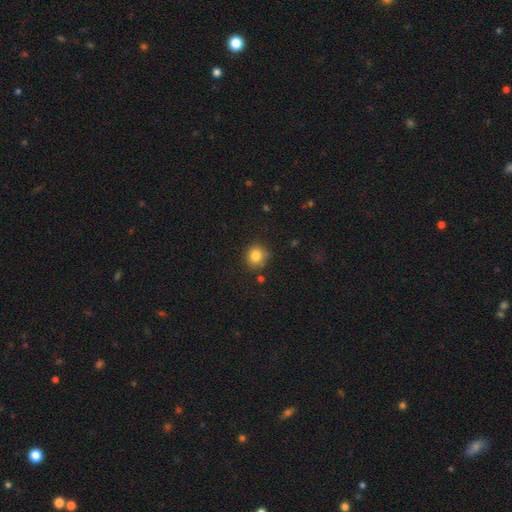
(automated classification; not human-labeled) Overall: smooth (82%). How rounded: round (86%). Merging: none (82%).